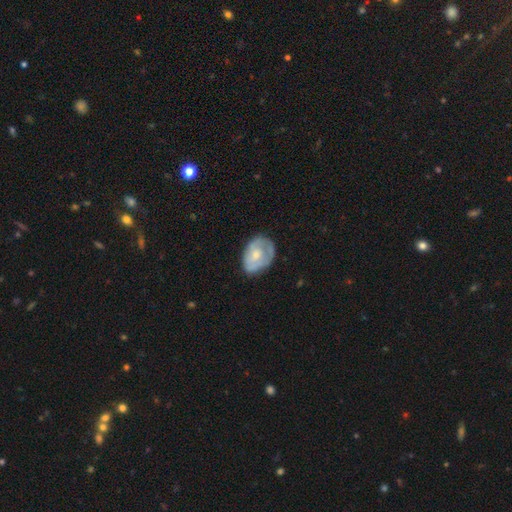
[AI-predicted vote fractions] Smooth or featured? smooth (48%)
Merging? none (58%)